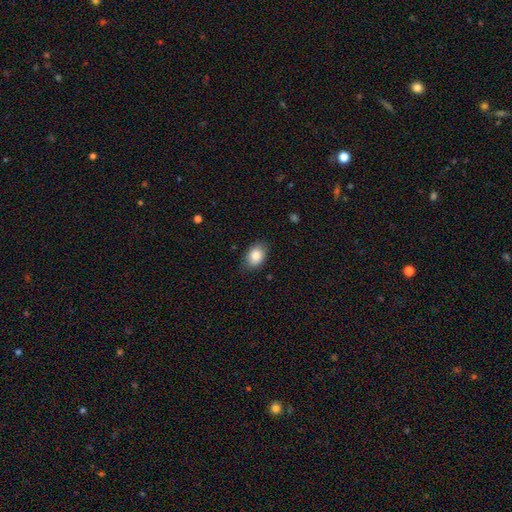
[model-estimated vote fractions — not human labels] Smooth or featured? smooth (86%)
How rounded? in between (83%)
Merging? none (80%)